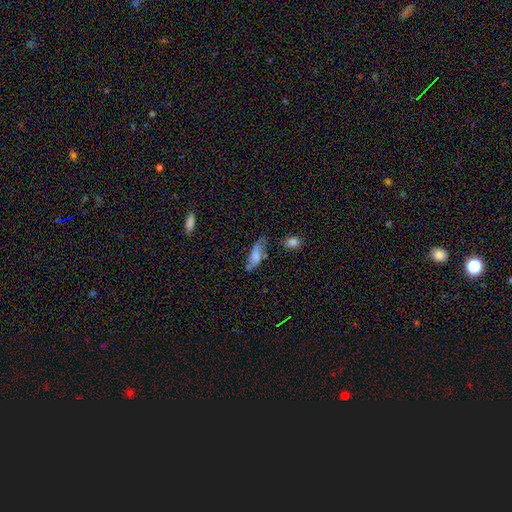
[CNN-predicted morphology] A smooth galaxy with no disk features (64%) that is in between round and cigar-shaped (64%).

Vote fractions:
- Smooth or featured? smooth: 64% / featured or disk: 28% / star or artifact: 8%
- How rounded? in between: 64% / cigar-shaped: 34% / round: 3%
- Merging? none: 55% / minor disturbance: 28% / major disturbance: 10% / merger: 7%